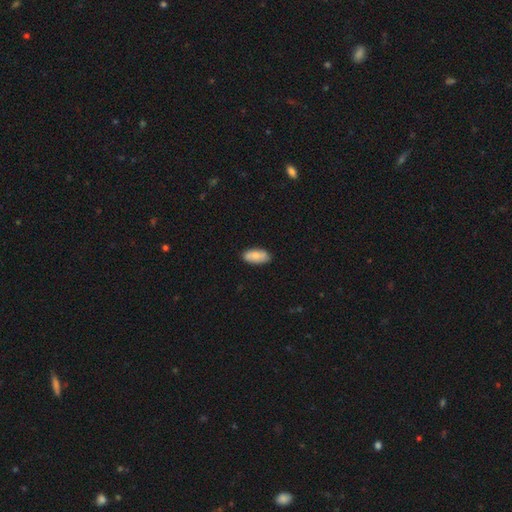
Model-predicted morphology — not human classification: Q: Smooth or featured?
A: smooth (70%); runner-up: featured or disk (24%)
Q: How rounded?
A: in between (90%); runner-up: cigar-shaped (7%)
Q: Merging?
A: none (85%); runner-up: minor disturbance (12%)